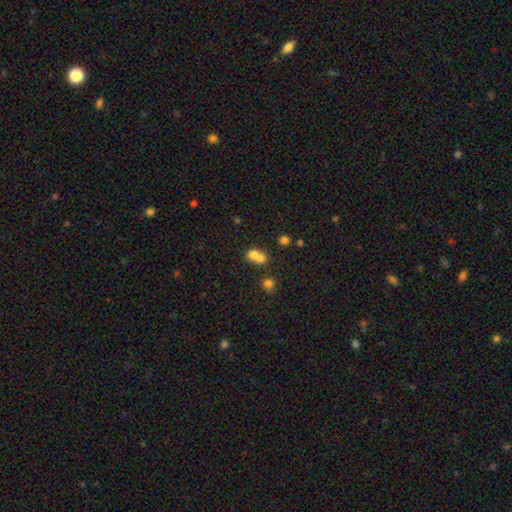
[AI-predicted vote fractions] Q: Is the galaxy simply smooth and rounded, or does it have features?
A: smooth — 71%.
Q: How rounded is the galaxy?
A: round — 68%.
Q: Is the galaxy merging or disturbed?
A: merger — 64%.